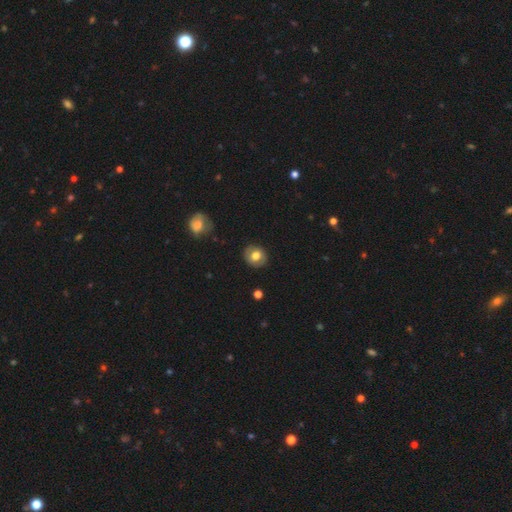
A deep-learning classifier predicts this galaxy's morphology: This is likely a smooth galaxy (71%). How rounded: likely round (73%). Merging: clearly none (87%).